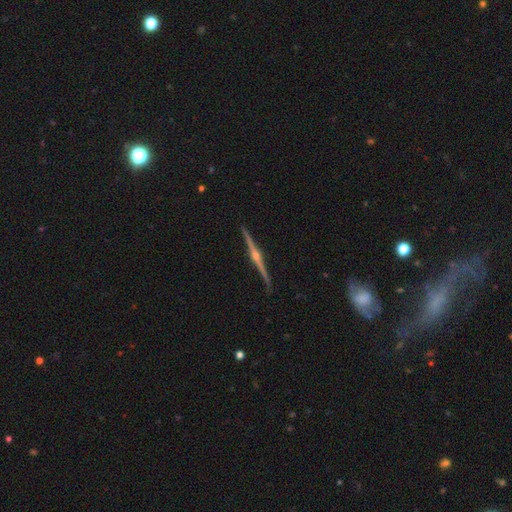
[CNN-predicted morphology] Overall: featured or disk (84%). Edge-on disk: yes (97%). Edge-on bulge: rounded (88%). Merging: none (88%).